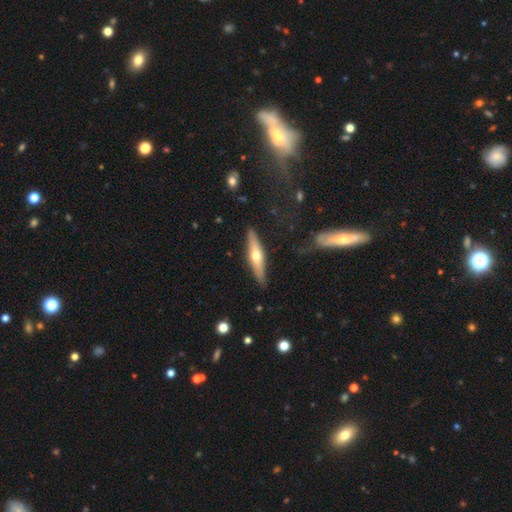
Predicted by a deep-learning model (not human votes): A featured or disk galaxy (54%) viewed edge-on (90%). Merging: none (85%).